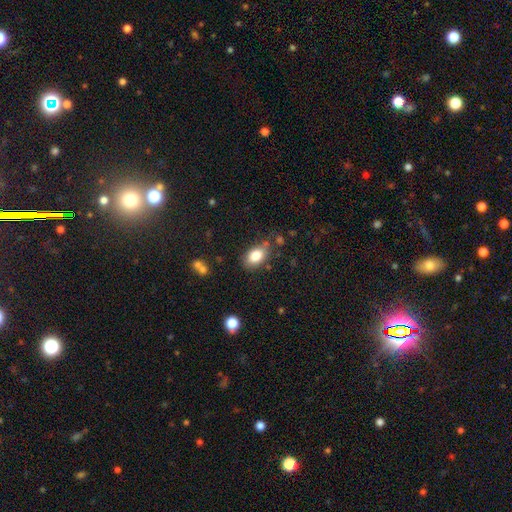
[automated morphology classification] This appears to be a smooth galaxy with no disk features (83%) that is in between round and cigar-shaped (87%). Merging: none (73%).